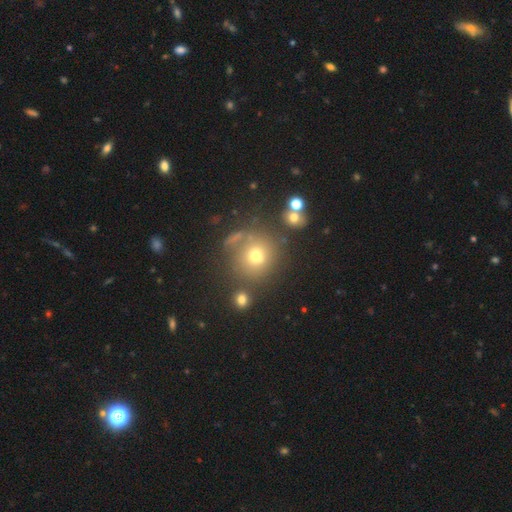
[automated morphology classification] Smooth or featured?
  - smooth: 67% *
  - star or artifact: 19%
  - featured or disk: 14%
How rounded?
  - round: 88% *
  - in between: 11%
  - cigar-shaped: 1%
Merging?
  - none: 66% *
  - minor disturbance: 13%
  - merger: 13%
  - major disturbance: 8%